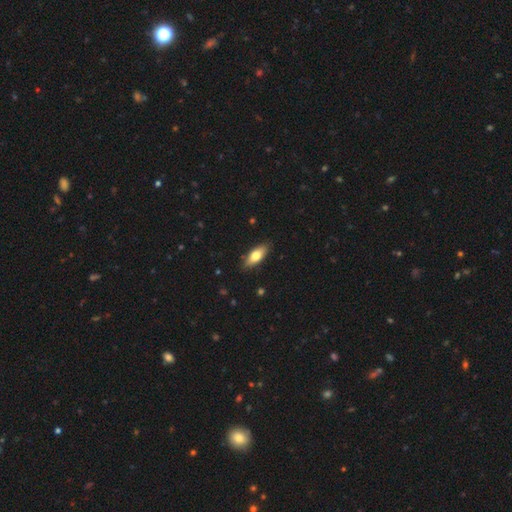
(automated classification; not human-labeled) This is likely a smooth galaxy (71%). How rounded: likely in between (74%). Merging: clearly none (87%).